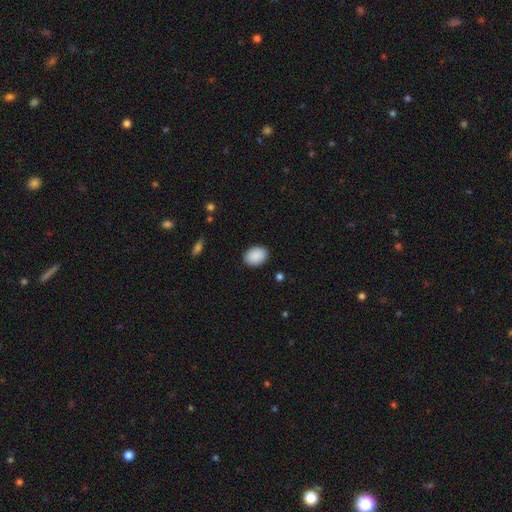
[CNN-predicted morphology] Smooth or featured? Predicted: smooth (p=0.91). How rounded? Predicted: in between (p=0.75). Merging? Predicted: none (p=0.89).